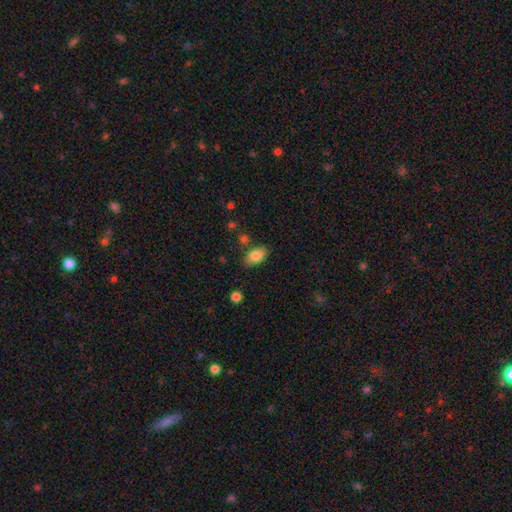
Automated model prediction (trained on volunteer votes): Overall: smooth (84%). How rounded: in between (90%). Merging: none (79%).